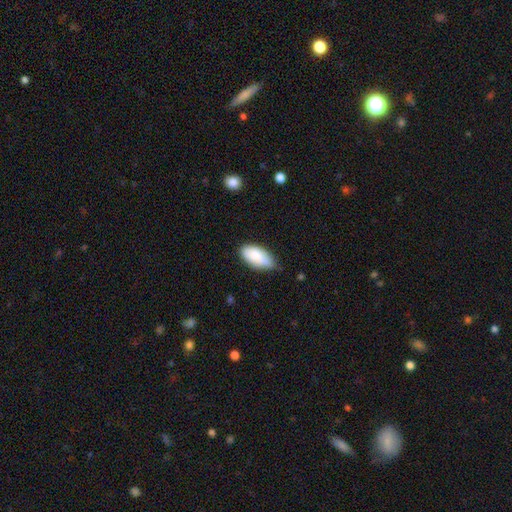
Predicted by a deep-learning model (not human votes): smooth-or-featured: smooth: 85% | featured or disk: 9% | star or artifact: 6%
  how-rounded: in between: 93% | cigar-shaped: 4% | round: 2%
  merging: none: 63% | minor disturbance: 32% | major disturbance: 4% | merger: 2%